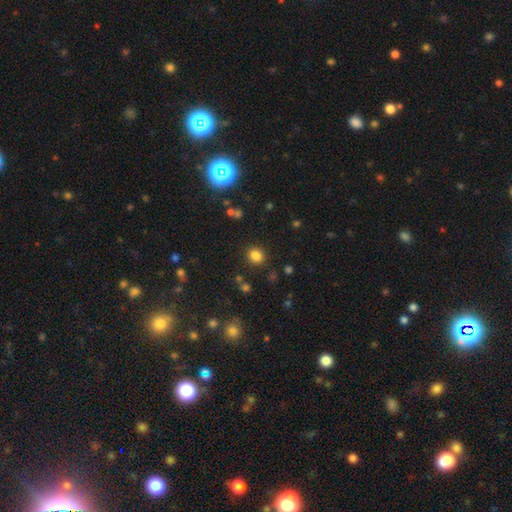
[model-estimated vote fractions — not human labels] smooth_or_featured: smooth (p=0.82) [alt: star or artifact p=0.13]
how_rounded: round (p=0.78) [alt: in between p=0.21]
merging: none (p=0.88) [alt: minor disturbance p=0.07]